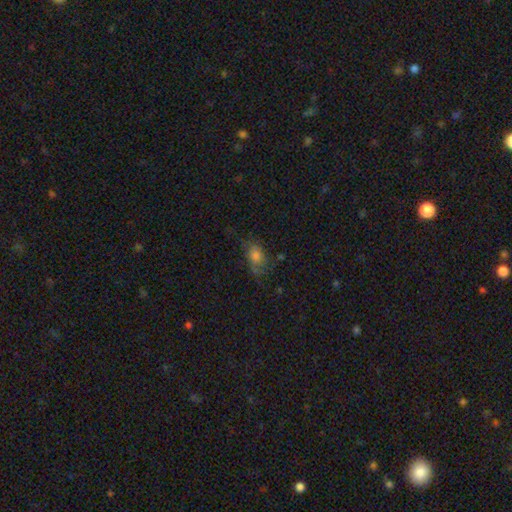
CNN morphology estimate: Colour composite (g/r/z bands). It shows a smooth galaxy with no disk features (56%) that is in between round and cigar-shaped (76%). Merging: none (52%).